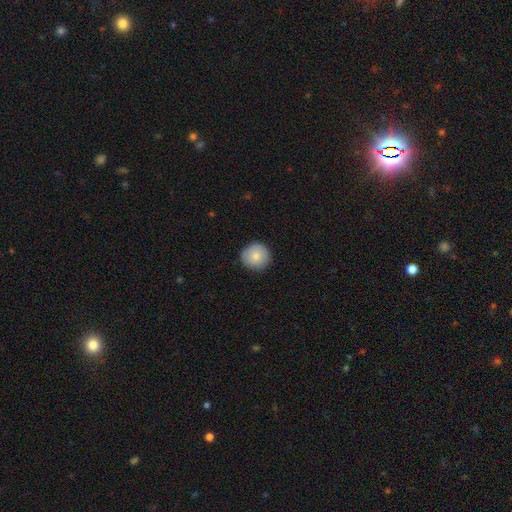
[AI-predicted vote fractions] Smooth or featured? Predicted: smooth (p=0.82). How rounded? Predicted: round (p=0.94). Merging? Predicted: none (p=0.89).